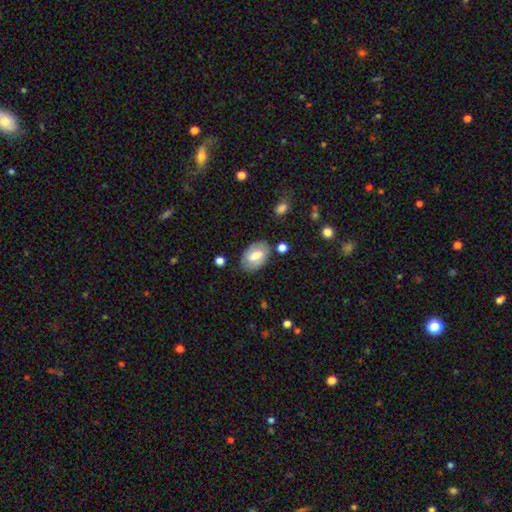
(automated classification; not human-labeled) Smooth or featured? Predicted: smooth (p=0.59). How rounded? Predicted: in between (p=0.88). Merging? Predicted: none (p=0.73).